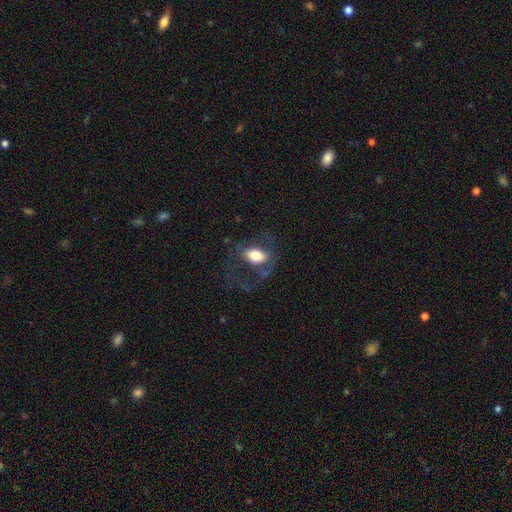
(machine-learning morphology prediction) Overall: smooth (63%; featured or disk 29%). How rounded: in between (85%). Merging: none (43%; major disturbance 35%).